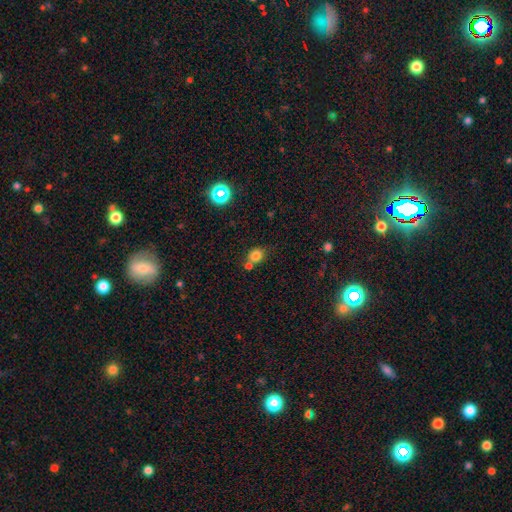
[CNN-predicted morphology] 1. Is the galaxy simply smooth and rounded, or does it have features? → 79% smooth, 14% star or artifact, 7% featured or disk.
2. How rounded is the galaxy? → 70% round, 29% in between, 1% cigar-shaped.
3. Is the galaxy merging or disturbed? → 56% none, 28% merger, 12% minor disturbance, 4% major disturbance.